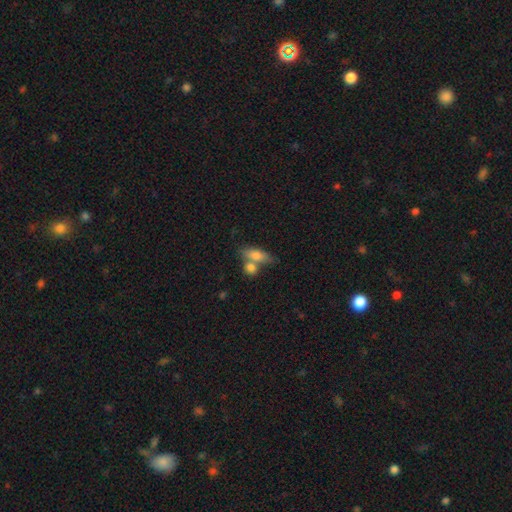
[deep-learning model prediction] This is likely a smooth galaxy (75%). How rounded: likely in between (70%). Merging: marginally none (43%).